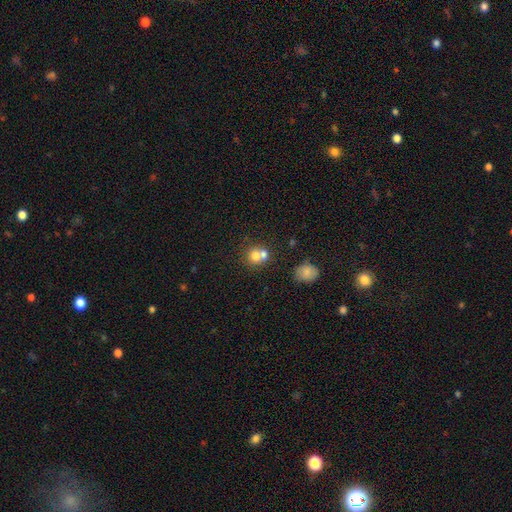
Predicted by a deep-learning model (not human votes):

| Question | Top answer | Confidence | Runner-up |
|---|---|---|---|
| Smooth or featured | smooth | 73% | featured or disk (15%) |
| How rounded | round | 81% | in between (18%) |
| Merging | merger | 52% | none (38%) |